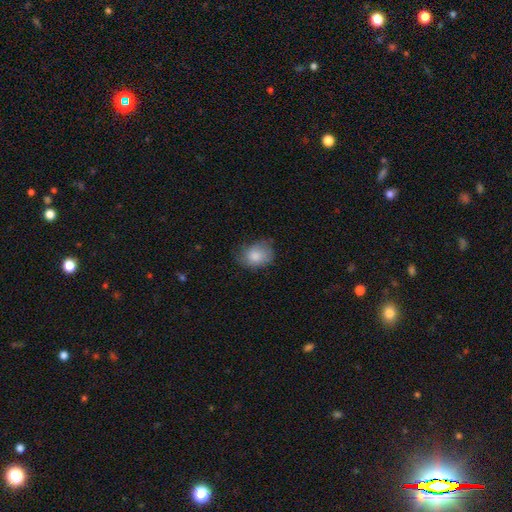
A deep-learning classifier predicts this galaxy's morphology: type=smooth (82%); roundness=in between (60%); merging=none (56%).